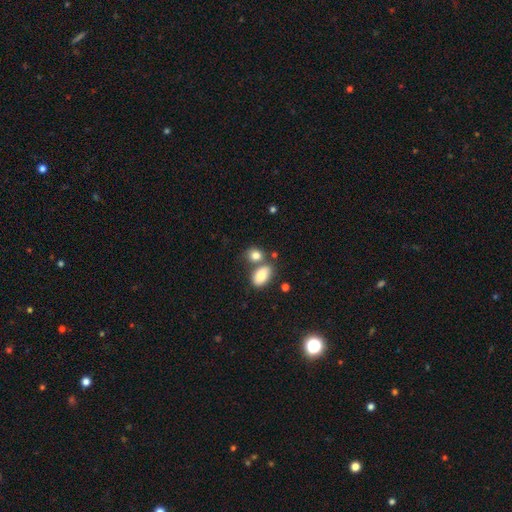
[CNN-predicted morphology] Smooth or featured: smooth — 84% (star or artifact — 8%)
How rounded: in between — 65% (round — 33%)
Merging: none — 51% (merger — 33%)